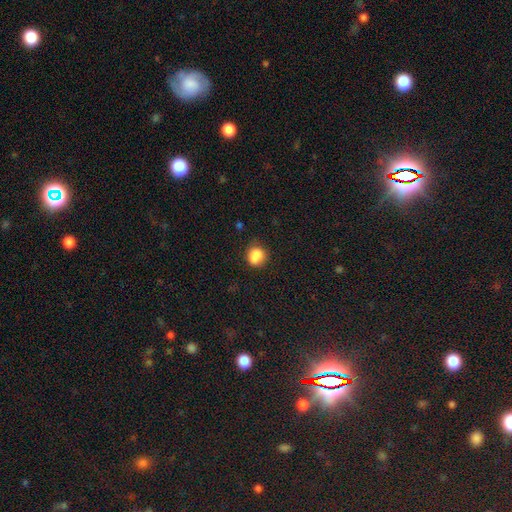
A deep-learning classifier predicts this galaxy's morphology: smooth 83%, star or artifact 10%, featured or disk 7%. Down the decision tree: how rounded — round (67%); merging — none (66%).